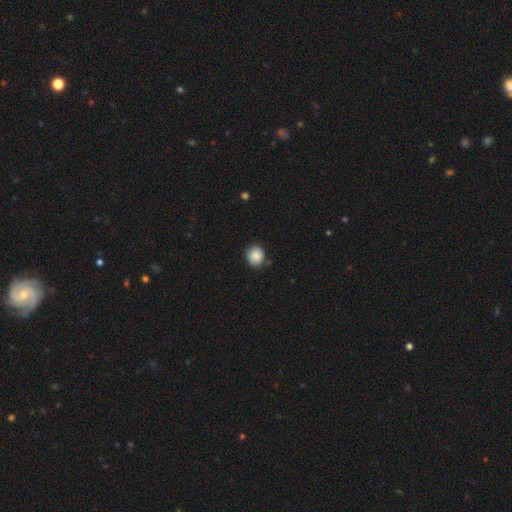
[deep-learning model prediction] Overall: smooth (87%). How rounded: round (80%). Merging: none (84%).